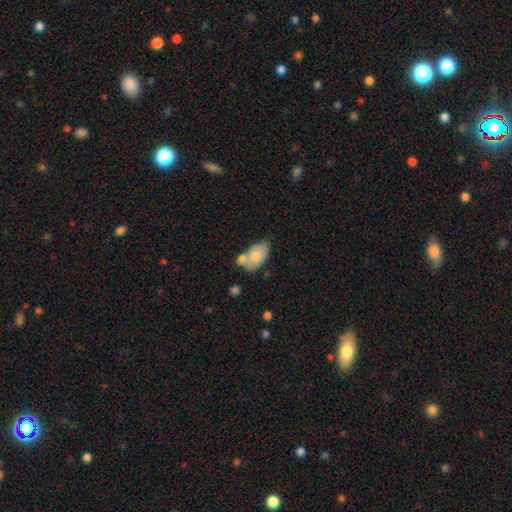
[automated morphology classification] This is likely a smooth galaxy (72%). How rounded: clearly in between (91%). Merging: marginally none (42%).